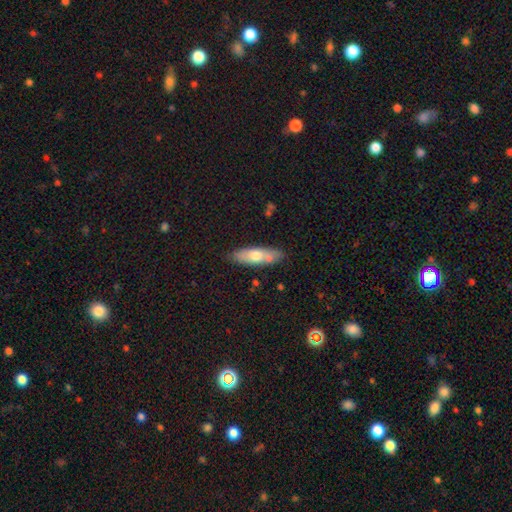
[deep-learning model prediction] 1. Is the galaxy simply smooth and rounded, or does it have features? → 61% smooth, 33% featured or disk, 6% star or artifact.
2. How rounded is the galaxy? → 50% cigar-shaped, 48% in between, 2% round.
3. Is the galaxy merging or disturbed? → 77% none, 15% minor disturbance, 5% merger, 3% major disturbance.